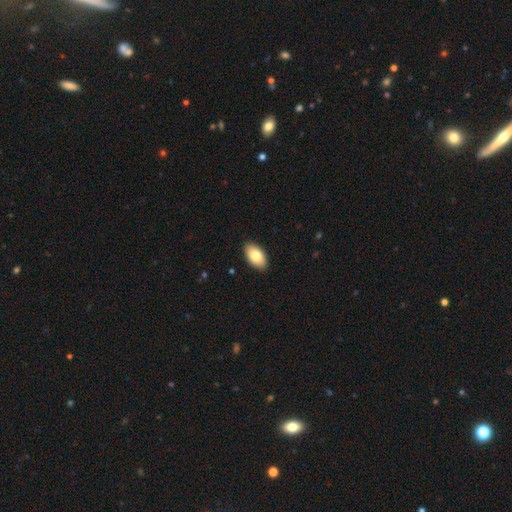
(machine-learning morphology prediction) smooth-or-featured: smooth: 81% | featured or disk: 12% | star or artifact: 6%
  how-rounded: in between: 95% | round: 4% | cigar-shaped: 2%
  merging: none: 90% | minor disturbance: 8% | major disturbance: 2% | merger: 1%